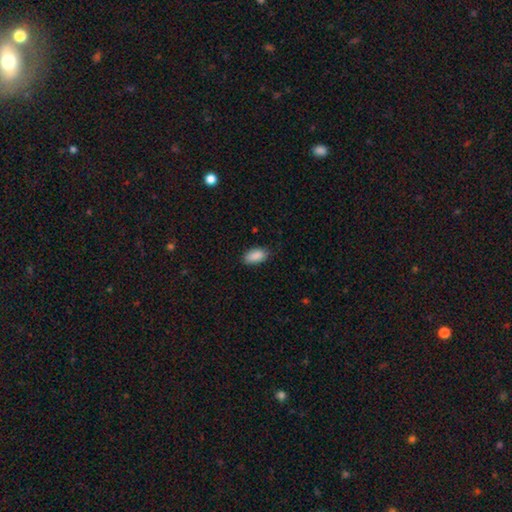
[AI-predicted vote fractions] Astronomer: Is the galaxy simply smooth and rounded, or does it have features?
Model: smooth — 90%.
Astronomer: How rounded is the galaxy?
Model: in between — 92%.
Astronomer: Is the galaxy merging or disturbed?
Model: none — 83%.